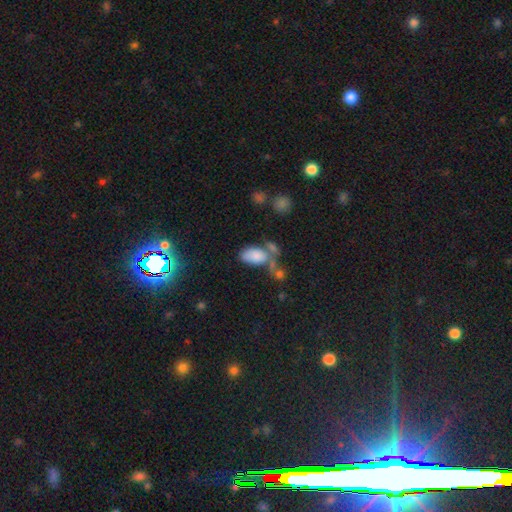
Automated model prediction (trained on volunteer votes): Q: Smooth or featured?
A: smooth (80%); runner-up: featured or disk (11%)
Q: How rounded?
A: in between (93%); runner-up: round (5%)
Q: Merging?
A: none (37%); runner-up: merger (32%)